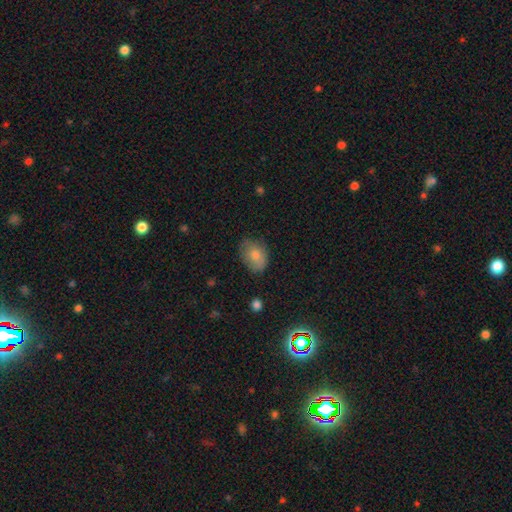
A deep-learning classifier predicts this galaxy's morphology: smooth 79%, featured or disk 14%, star or artifact 8%. Down the decision tree: how rounded — in between (75%); merging — none (68%).